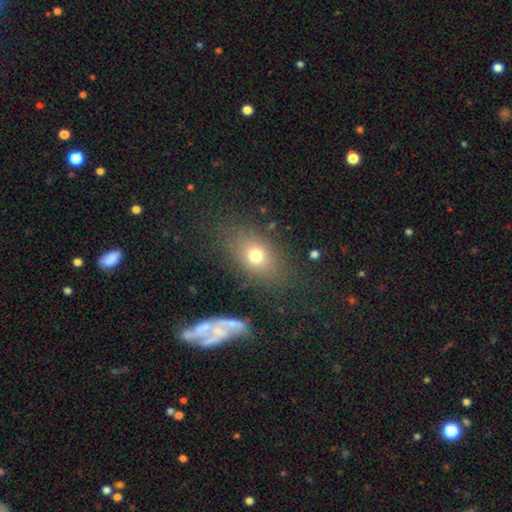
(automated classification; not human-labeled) This is likely a smooth galaxy (73%). How rounded: likely in between (68%). Merging: likely none (79%).